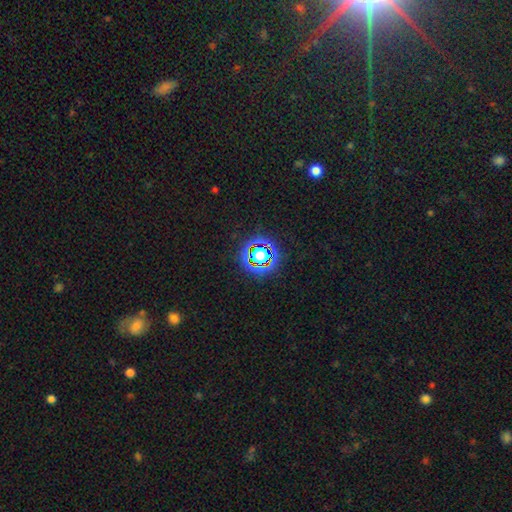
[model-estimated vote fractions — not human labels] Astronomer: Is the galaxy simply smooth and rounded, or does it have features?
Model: star or artifact — 74%.